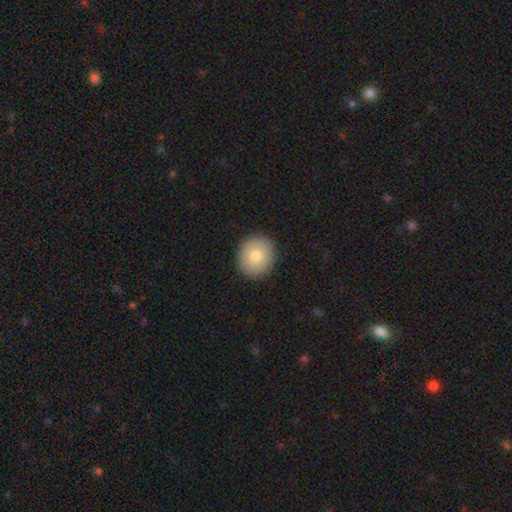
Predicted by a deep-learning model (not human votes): smooth-or-featured: smooth: 79% | featured or disk: 13% | star or artifact: 8%
  how-rounded: round: 79% | in between: 20% | cigar-shaped: 1%
  merging: none: 91% | minor disturbance: 6% | major disturbance: 2% | merger: 1%